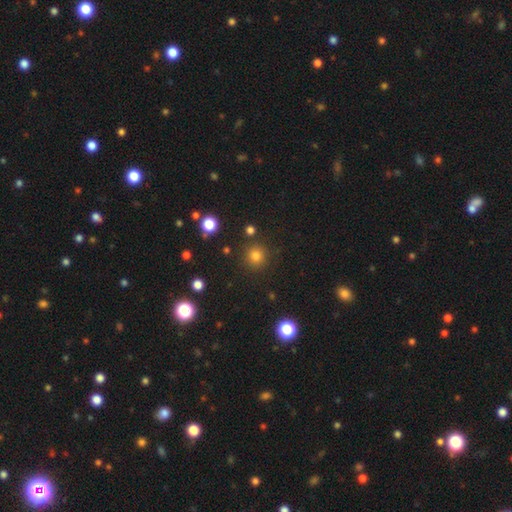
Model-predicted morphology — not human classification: A smooth galaxy with no disk features (79%) that is round (94%). Merging: none (88%).